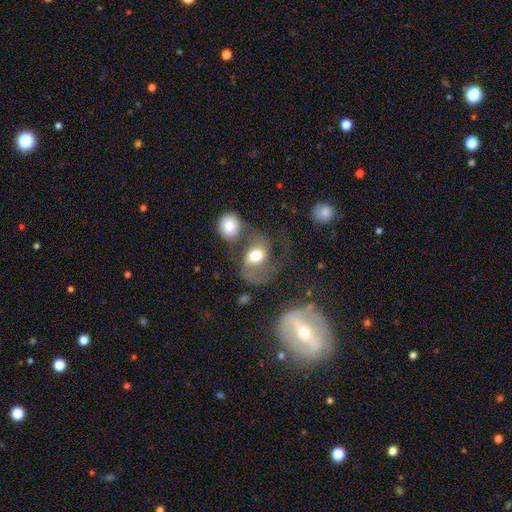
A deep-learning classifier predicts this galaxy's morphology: Smooth or featured?
  - featured or disk: 46% *
  - smooth: 45%
  - star or artifact: 9%
Merging?
  - none: 33% *
  - major disturbance: 25%
  - merger: 25%
  - minor disturbance: 17%